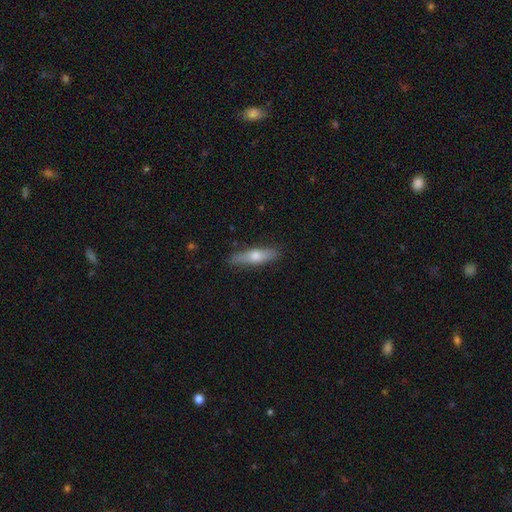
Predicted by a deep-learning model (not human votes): Smooth or featured? smooth (53%)
How rounded? cigar-shaped (72%)
Merging? none (86%)